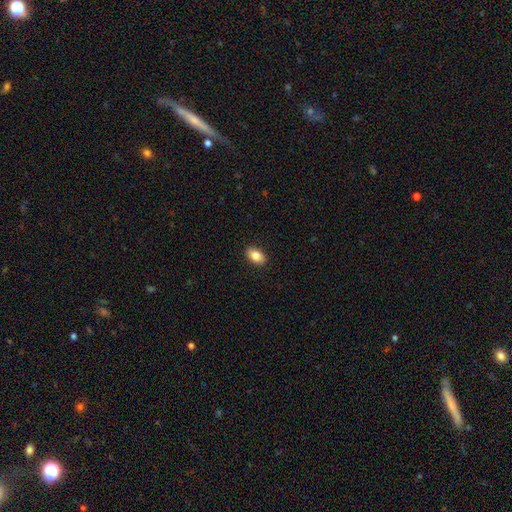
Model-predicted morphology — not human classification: smooth-or-featured: smooth: 85% | featured or disk: 8% | star or artifact: 8%
  how-rounded: in between: 91% | round: 7% | cigar-shaped: 2%
  merging: none: 90% | minor disturbance: 7% | major disturbance: 2% | merger: 1%